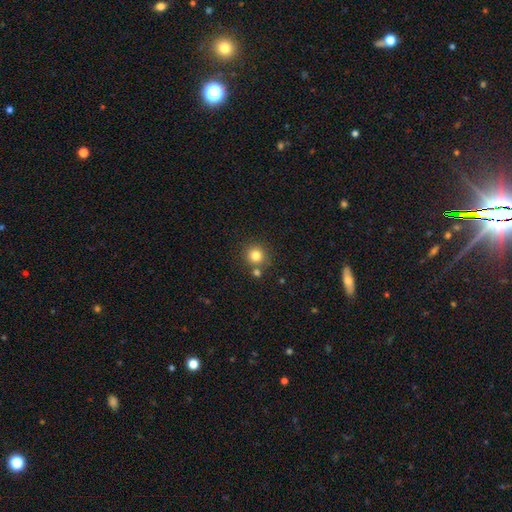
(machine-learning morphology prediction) A smooth galaxy with no disk features (82%) that is round (93%).

Vote fractions:
- Smooth or featured? smooth: 82% / star or artifact: 12% / featured or disk: 6%
- How rounded? round: 93% / in between: 6% / cigar-shaped: 1%
- Merging? none: 77% / merger: 13% / minor disturbance: 8% / major disturbance: 2%